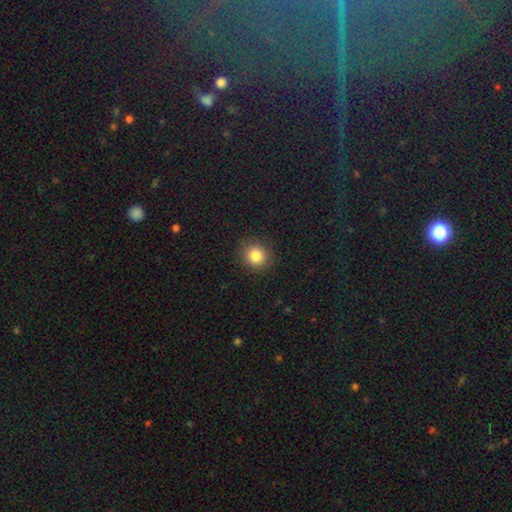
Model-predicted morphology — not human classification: type=smooth (83%); roundness=round (88%); merging=none (90%).